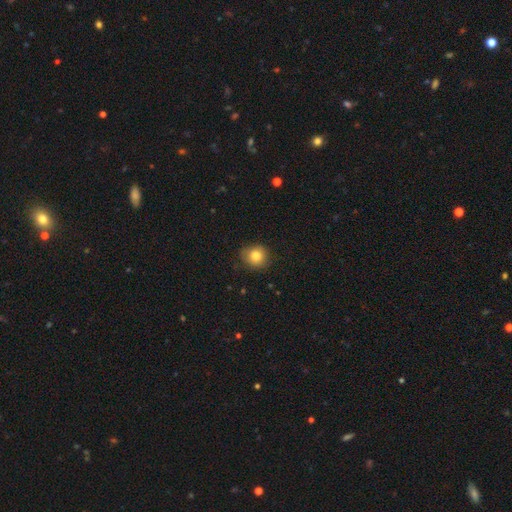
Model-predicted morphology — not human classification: Q: Smooth or featured?
A: smooth (82%); runner-up: star or artifact (10%)
Q: How rounded?
A: round (85%); runner-up: in between (14%)
Q: Merging?
A: none (82%); runner-up: minor disturbance (14%)